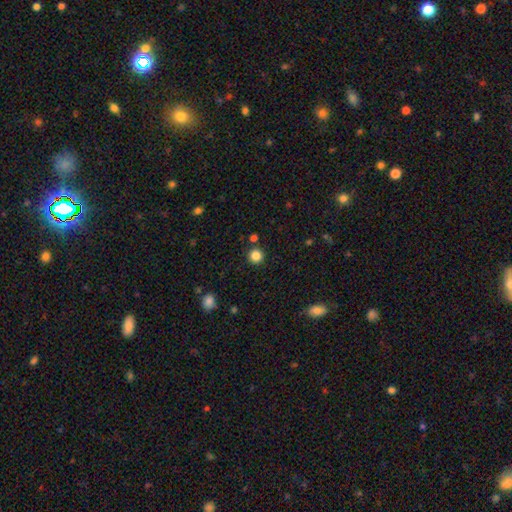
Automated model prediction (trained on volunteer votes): This is clearly a smooth galaxy (85%). How rounded: clearly round (95%). Merging: clearly none (89%).